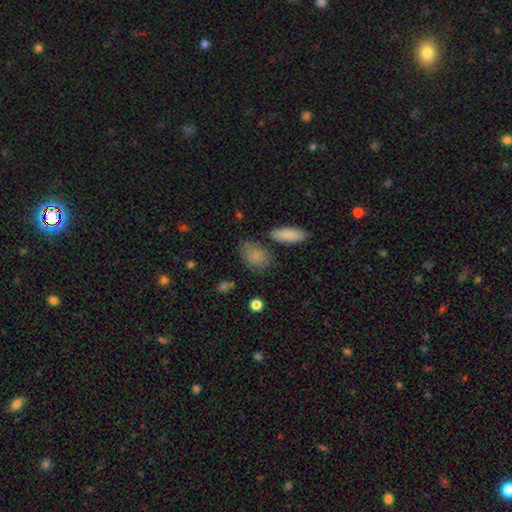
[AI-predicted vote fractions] Q: Smooth or featured?
A: smooth (81%); runner-up: featured or disk (10%)
Q: How rounded?
A: in between (80%); runner-up: round (18%)
Q: Merging?
A: none (64%); runner-up: minor disturbance (22%)